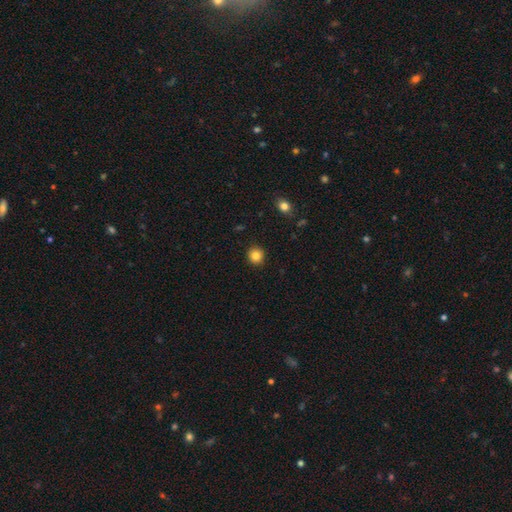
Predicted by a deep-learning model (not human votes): Smooth or featured? Predicted: smooth (p=0.83). How rounded? Predicted: round (p=0.91). Merging? Predicted: none (p=0.92).